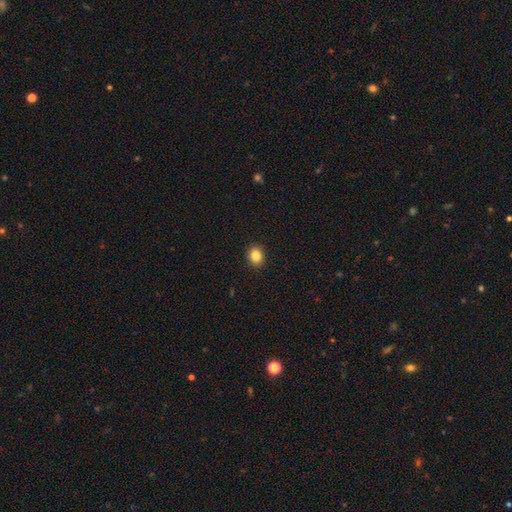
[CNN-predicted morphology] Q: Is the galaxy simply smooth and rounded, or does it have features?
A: smooth — 84%.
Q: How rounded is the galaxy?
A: round — 67%.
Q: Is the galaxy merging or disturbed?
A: none — 92%.